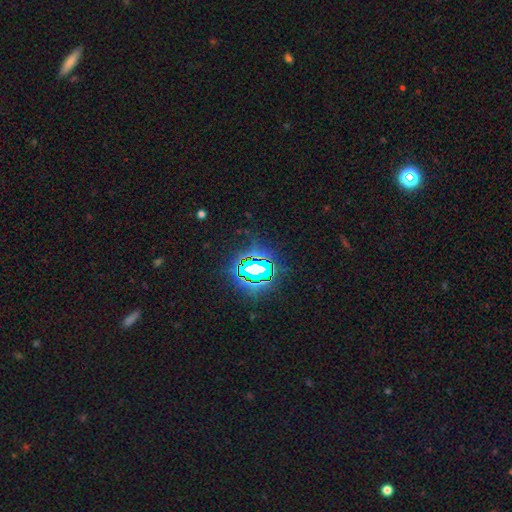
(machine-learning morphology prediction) Smooth or featured?
  - star or artifact: 80% *
  - smooth: 11%
  - featured or disk: 9%